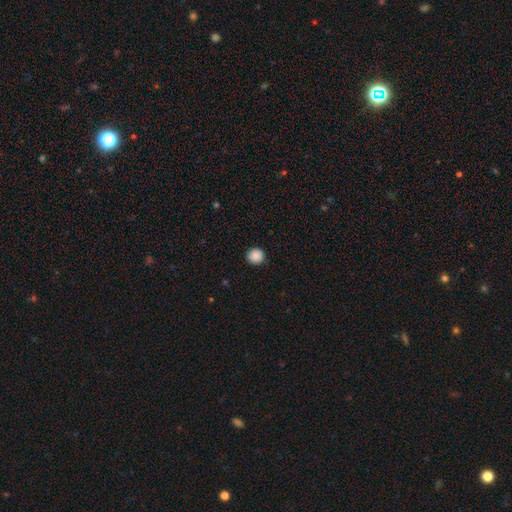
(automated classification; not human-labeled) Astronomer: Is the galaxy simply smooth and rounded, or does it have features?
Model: smooth — 88%.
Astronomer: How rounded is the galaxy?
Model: round — 92%.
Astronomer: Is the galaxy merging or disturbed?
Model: none — 91%.